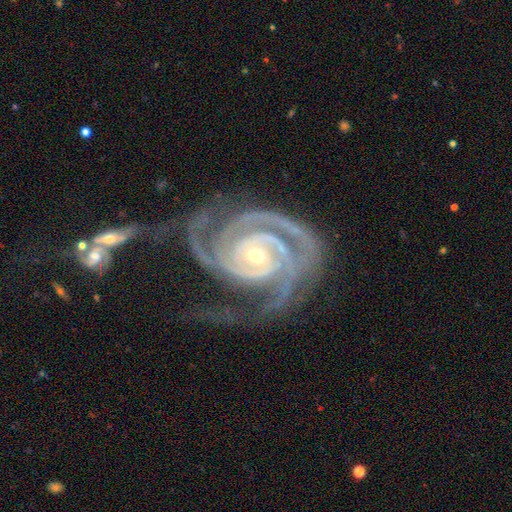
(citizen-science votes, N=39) This is clearly a featured or disk galaxy (92%). It is clearly not viewed edge-on (100%). Bar: likely no (72%). Spiral arm pattern: clearly yes (100%). Spiral arm count: likely 3 (78%). Spiral winding: likely tight (78%). Central bulge: possibly small (58%). Merging: marginally none (38%, tied with minor disturbance).